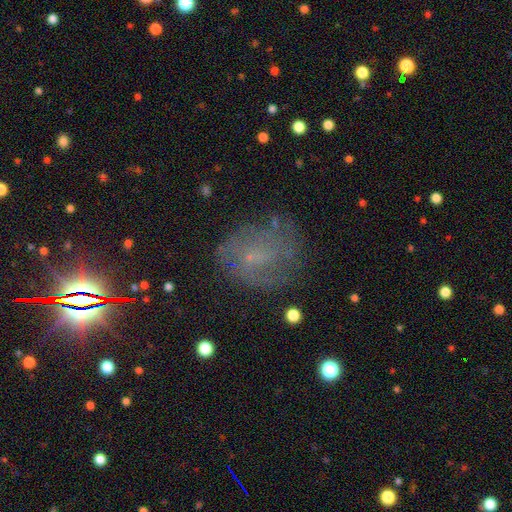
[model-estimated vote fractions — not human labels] A featured or disk galaxy (48%). Merging: none (60%).